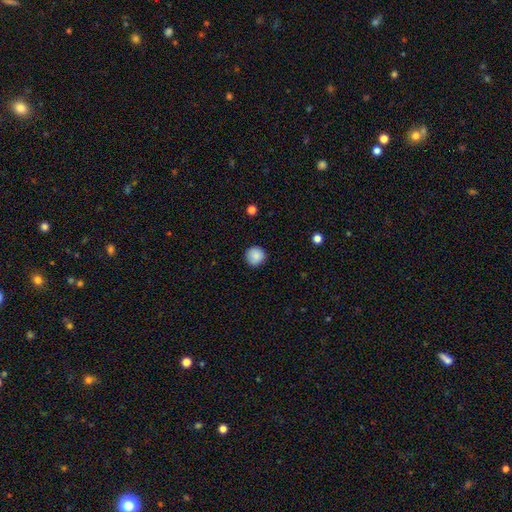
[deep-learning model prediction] The model was most divided on "smooth or featured": smooth: 87%, star or artifact: 9%, featured or disk: 4%. More confident: how rounded — round (95%); merging — none (89%).